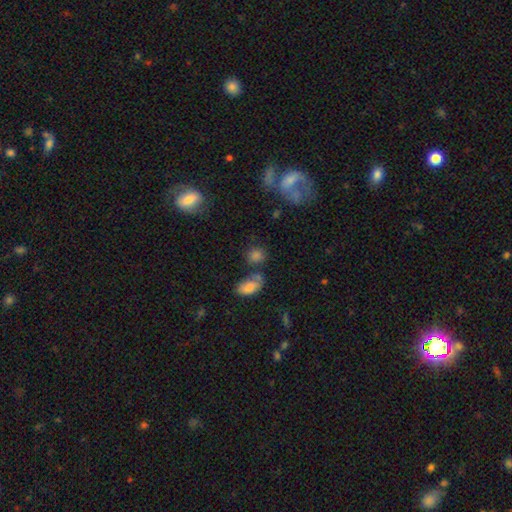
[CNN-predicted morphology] smooth 73%, star or artifact 15%, featured or disk 12%. Down the decision tree: how rounded — round (58%); merging — none (53%).